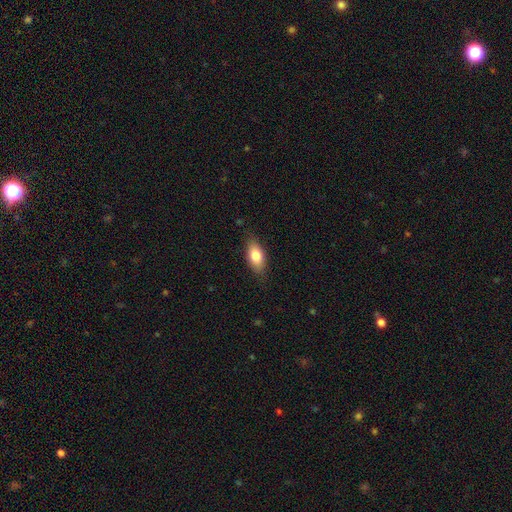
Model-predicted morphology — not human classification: Smooth or featured?
  - smooth: 78% *
  - featured or disk: 15%
  - star or artifact: 7%
How rounded?
  - in between: 86% *
  - cigar-shaped: 10%
  - round: 4%
Merging?
  - none: 81% *
  - minor disturbance: 15%
  - major disturbance: 3%
  - merger: 1%